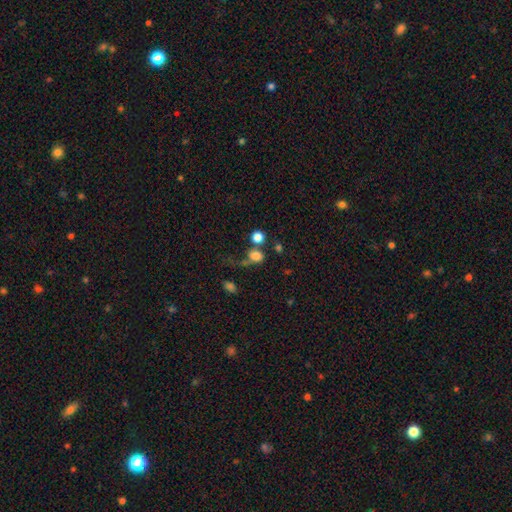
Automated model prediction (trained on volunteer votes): smooth-or-featured: smooth: 76% | star or artifact: 13% | featured or disk: 11%
  how-rounded: round: 73% | in between: 25% | cigar-shaped: 1%
  merging: none: 38% | merger: 29% | major disturbance: 21% | minor disturbance: 13%